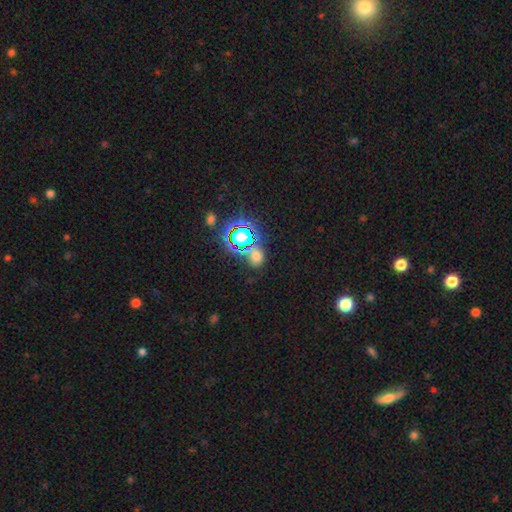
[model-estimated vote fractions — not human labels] A smooth galaxy with no disk features (48%).

Vote fractions:
- Smooth or featured? smooth: 48% / star or artifact: 43% / featured or disk: 9%
- Merging? none: 68% / minor disturbance: 13% / merger: 12% / major disturbance: 7%